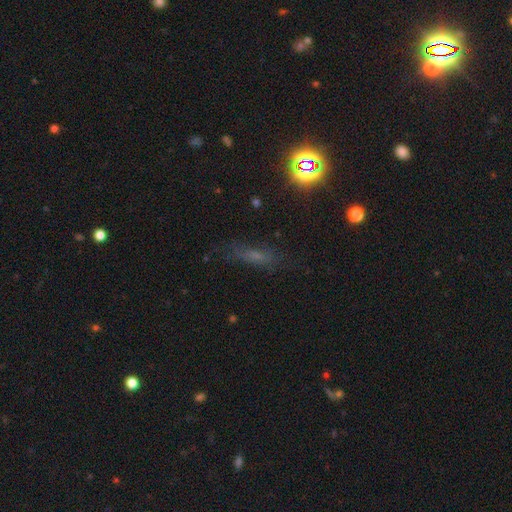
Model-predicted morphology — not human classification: A smooth galaxy with no disk features (45%).

Vote fractions:
- Smooth or featured? smooth: 45% / star or artifact: 30% / featured or disk: 25%
- Merging? none: 72% / minor disturbance: 17% / major disturbance: 8% / merger: 2%